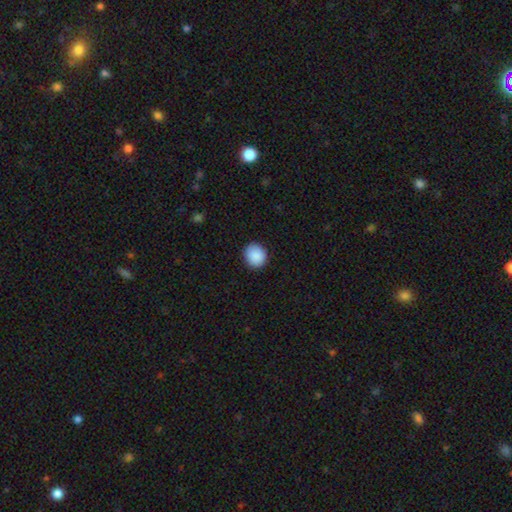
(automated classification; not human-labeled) Smooth or featured?
  - smooth: 90% *
  - star or artifact: 8%
  - featured or disk: 3%
How rounded?
  - round: 81% *
  - in between: 19%
  - cigar-shaped: 1%
Merging?
  - none: 90% *
  - minor disturbance: 8%
  - major disturbance: 2%
  - merger: 1%